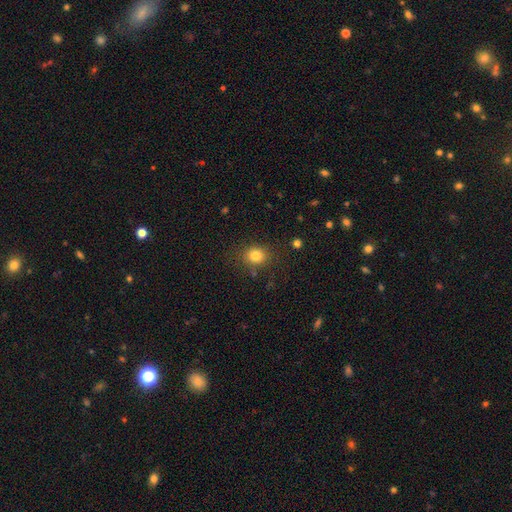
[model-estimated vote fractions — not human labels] Overall: smooth (81%). How rounded: round (71%). Merging: none (82%).